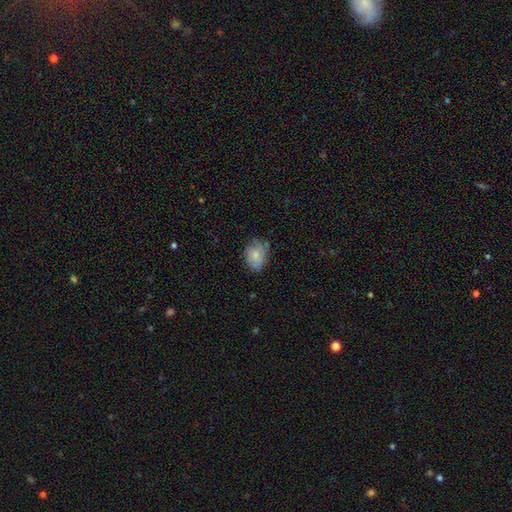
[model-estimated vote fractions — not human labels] smooth_or_featured: smooth (p=0.79) [alt: featured or disk p=0.13]
how_rounded: in between (p=0.67) [alt: round p=0.32]
merging: none (p=0.64) [alt: minor disturbance p=0.28]